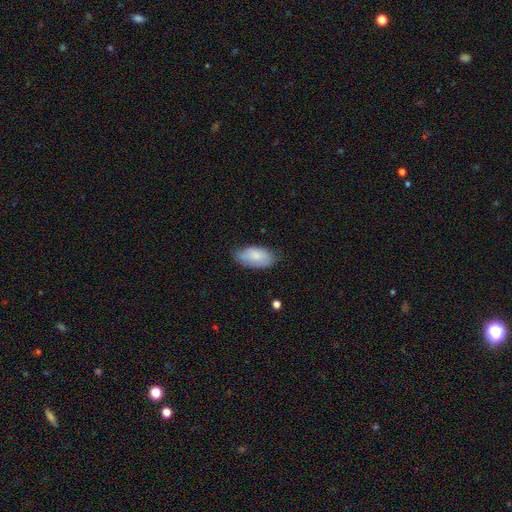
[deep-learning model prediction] smooth_or_featured: smooth (p=0.77) [alt: featured or disk p=0.16]
how_rounded: in between (p=0.95) [alt: cigar-shaped p=0.03]
merging: none (p=0.68) [alt: minor disturbance p=0.26]